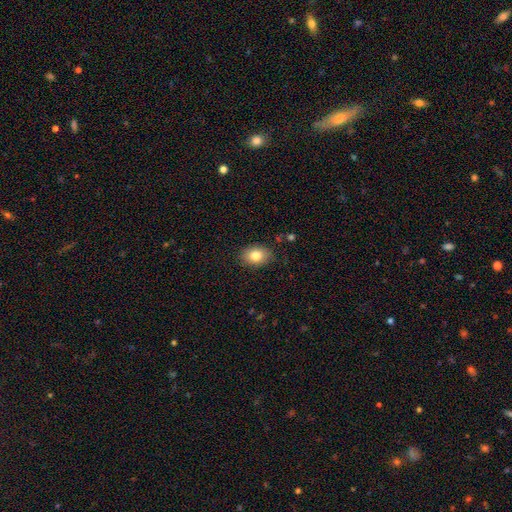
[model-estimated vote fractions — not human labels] This appears to be a smooth galaxy with no disk features (82%) that is in between round and cigar-shaped (73%). Merging: none (86%).